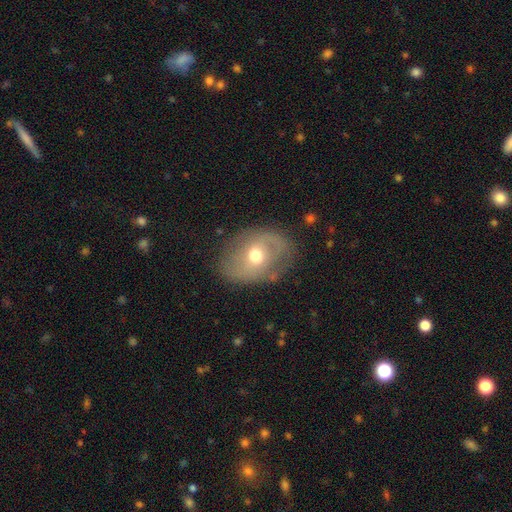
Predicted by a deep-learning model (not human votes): smooth_or_featured: featured or disk (p=0.49) [alt: smooth p=0.43]
merging: none (p=0.74) [alt: minor disturbance p=0.17]